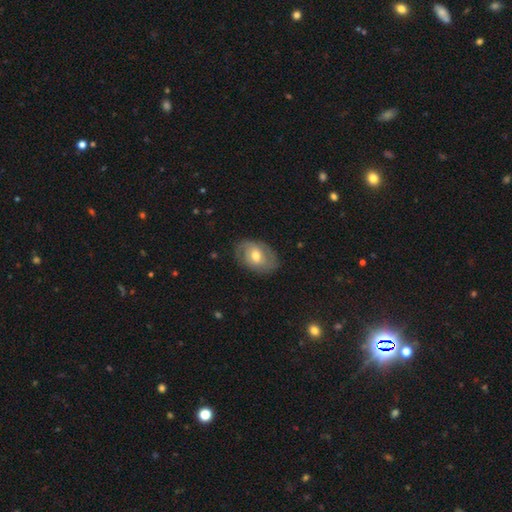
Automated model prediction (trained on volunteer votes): The model was most divided on "bar": no: 57%, weak: 36%, strong: 8%. More confident: edge-on disk — no (94%); merging — none (77%); spiral arms — yes (75%); bulge size — moderate (73%); smooth or featured — featured or disk (58%).